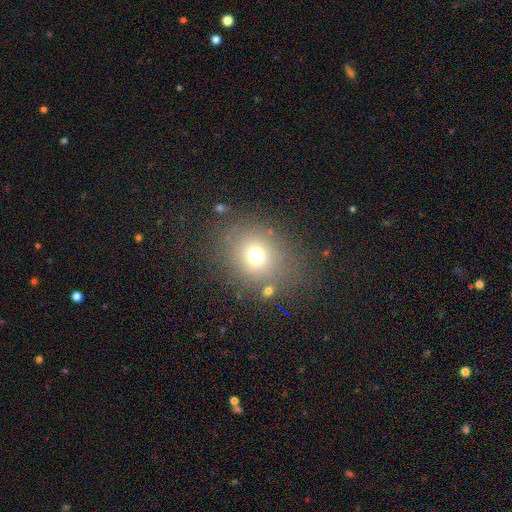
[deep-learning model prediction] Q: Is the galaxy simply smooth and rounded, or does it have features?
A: smooth — 70%.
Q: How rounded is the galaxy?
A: round — 78%.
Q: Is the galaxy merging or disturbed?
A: none — 77%.